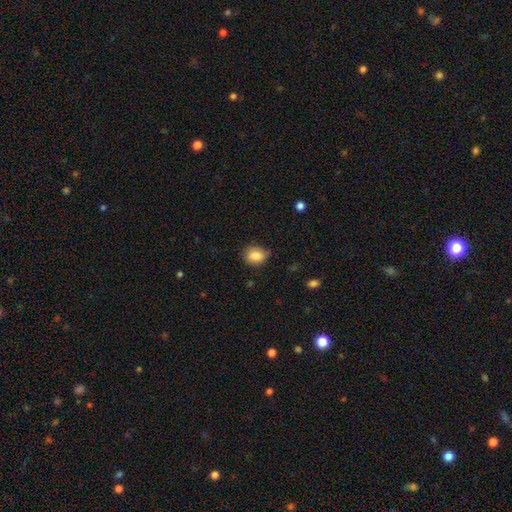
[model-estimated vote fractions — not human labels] smooth 84%, star or artifact 9%, featured or disk 7%. Down the decision tree: how rounded — round (57%); merging — none (73%).